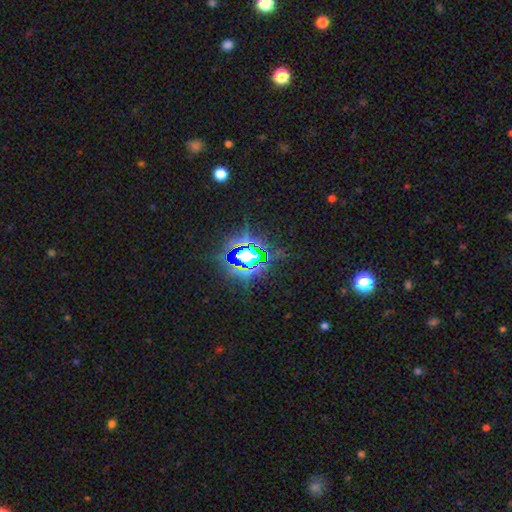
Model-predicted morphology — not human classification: star or artifact 82%, smooth 11%, featured or disk 7%.